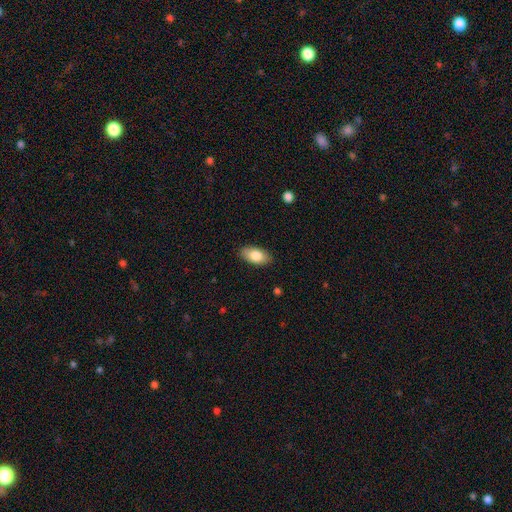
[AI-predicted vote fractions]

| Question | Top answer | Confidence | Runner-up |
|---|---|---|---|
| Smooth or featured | smooth | 82% | featured or disk (12%) |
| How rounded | in between | 93% | cigar-shaped (4%) |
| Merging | none | 87% | minor disturbance (10%) |